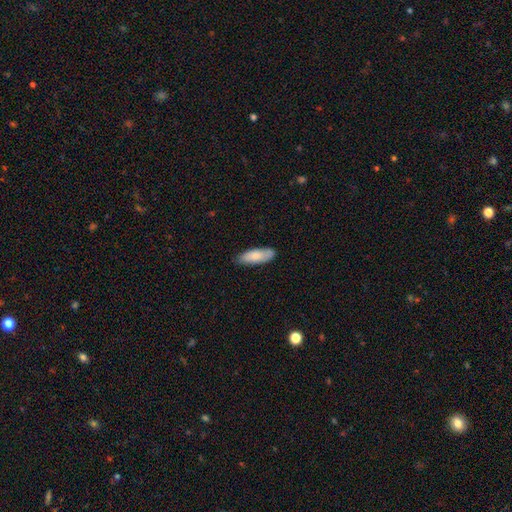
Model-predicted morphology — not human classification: Overall: smooth (81%). How rounded: in between (67%; cigar-shaped 32%). Merging: none (81%).